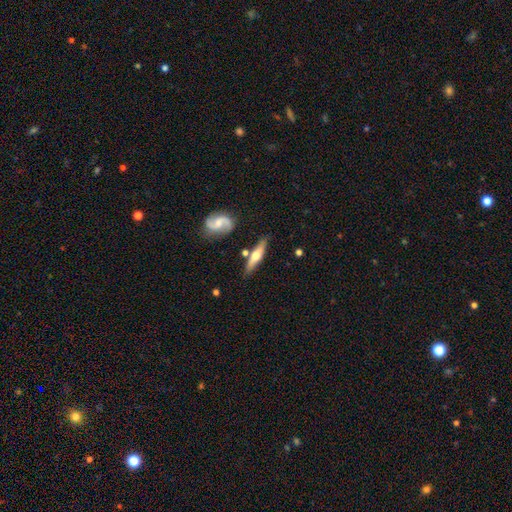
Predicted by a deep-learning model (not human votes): Smooth or featured? Predicted: featured or disk (p=0.62). Edge-on disk? Predicted: yes (p=0.89). Edge-on bulge? Predicted: rounded (p=0.92). Merging? Predicted: none (p=0.78).